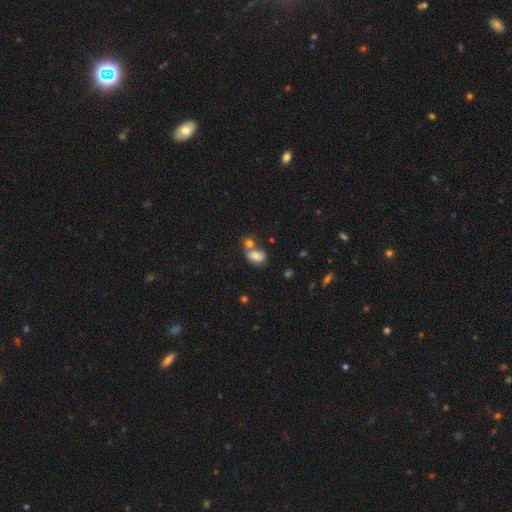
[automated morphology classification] This is likely a smooth galaxy (70%). How rounded: likely in between (76%). Merging: marginally merger (45%).